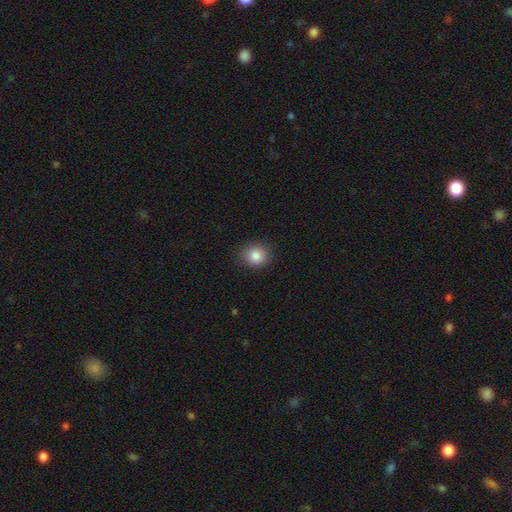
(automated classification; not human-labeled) Smooth or featured?
  - smooth: 85% *
  - star or artifact: 10%
  - featured or disk: 5%
How rounded?
  - round: 70% *
  - in between: 29%
  - cigar-shaped: 1%
Merging?
  - none: 86% *
  - minor disturbance: 10%
  - major disturbance: 3%
  - merger: 1%